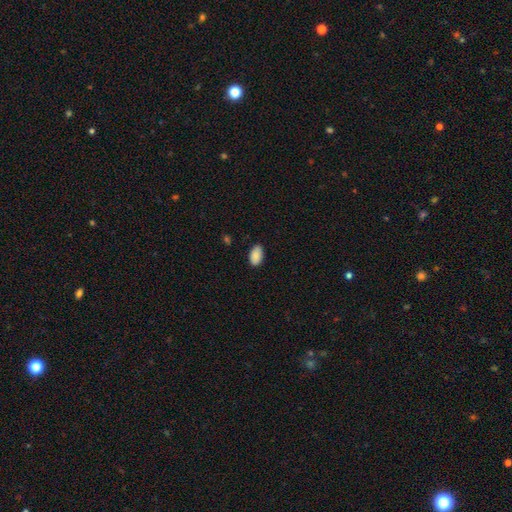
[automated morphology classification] The model was most divided on "merging": none: 83%, minor disturbance: 13%, major disturbance: 2%, merger: 1%. More confident: how rounded — in between (94%); smooth or featured — smooth (89%).